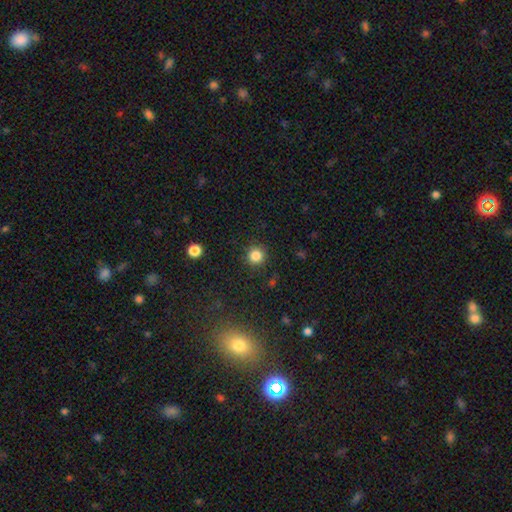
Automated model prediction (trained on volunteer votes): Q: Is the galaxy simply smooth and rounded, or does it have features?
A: smooth — 84%.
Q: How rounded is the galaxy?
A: round — 94%.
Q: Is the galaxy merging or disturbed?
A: none — 90%.